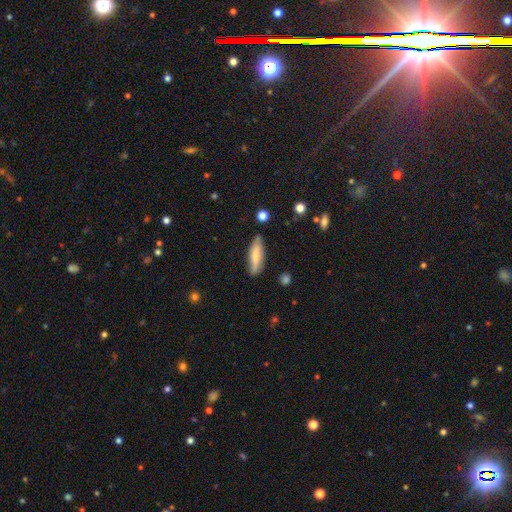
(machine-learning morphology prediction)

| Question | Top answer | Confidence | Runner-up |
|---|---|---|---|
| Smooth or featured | smooth | 69% | featured or disk (25%) |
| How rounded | cigar-shaped | 56% | in between (42%) |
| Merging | none | 78% | minor disturbance (16%) |